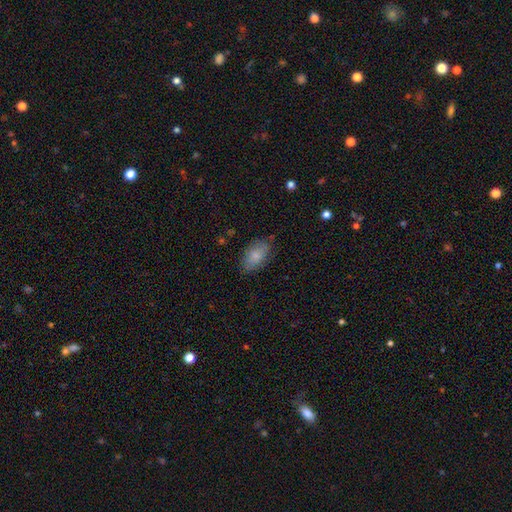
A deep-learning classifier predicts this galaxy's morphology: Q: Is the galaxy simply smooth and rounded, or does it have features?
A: smooth — 81%.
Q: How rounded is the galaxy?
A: in between — 92%.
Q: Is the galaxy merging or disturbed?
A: none — 79%.